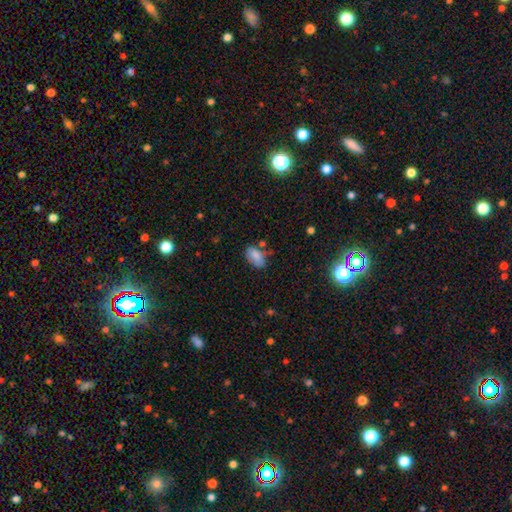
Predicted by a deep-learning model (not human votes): The model was most divided on "merging": none: 59%, minor disturbance: 27%, merger: 8%, major disturbance: 7%. More confident: how rounded — in between (92%); smooth or featured — smooth (81%).